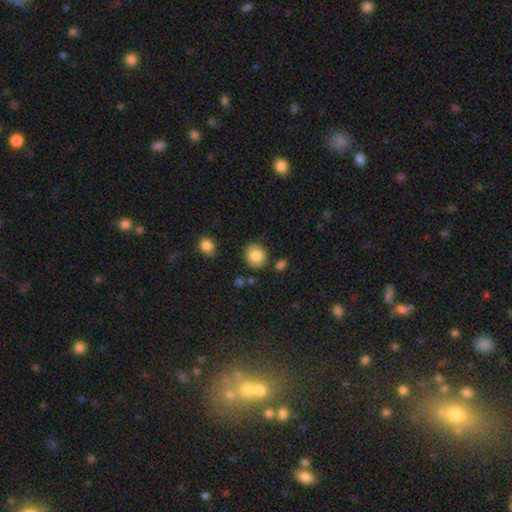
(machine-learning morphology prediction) Smooth or featured? smooth (84%)
How rounded? round (84%)
Merging? none (83%)